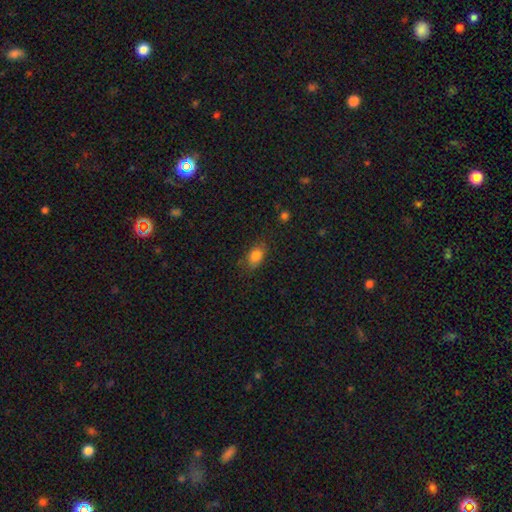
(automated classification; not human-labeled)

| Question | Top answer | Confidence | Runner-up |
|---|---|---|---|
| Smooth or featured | smooth | 83% | star or artifact (10%) |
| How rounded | in between | 82% | round (15%) |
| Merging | none | 75% | minor disturbance (18%) |